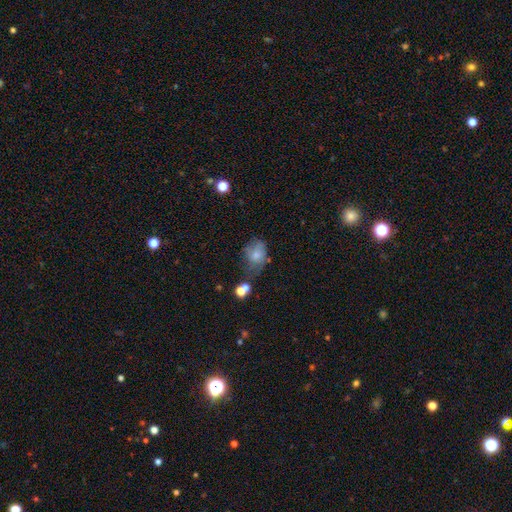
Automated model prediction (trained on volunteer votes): Smooth or featured? smooth (59%)
How rounded? in between (66%)
Merging? none (42%)